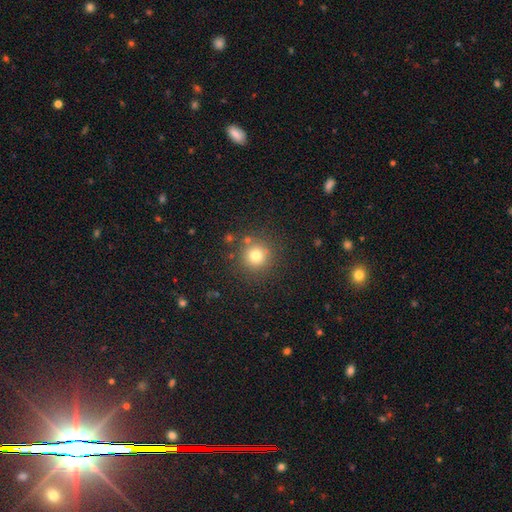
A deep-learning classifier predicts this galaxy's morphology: smooth 76%, star or artifact 15%, featured or disk 9%. Down the decision tree: how rounded — round (94%); merging — none (84%).